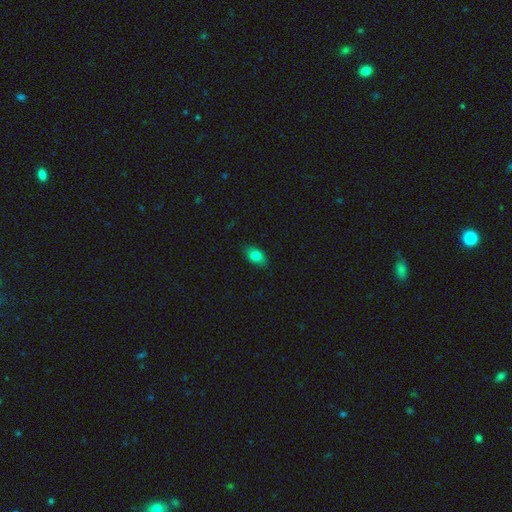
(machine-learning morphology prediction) smooth-or-featured: smooth: 81% | featured or disk: 10% | star or artifact: 9%
  how-rounded: in between: 86% | round: 11% | cigar-shaped: 3%
  merging: none: 82% | minor disturbance: 15% | major disturbance: 3% | merger: 1%